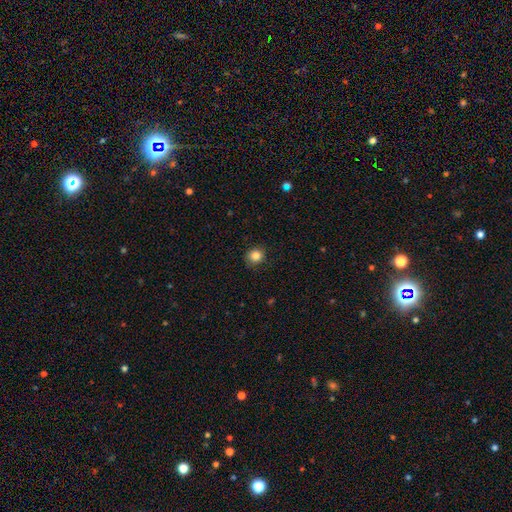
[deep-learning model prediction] smooth 84%, star or artifact 11%, featured or disk 5%. Down the decision tree: how rounded — round (85%); merging — none (86%).